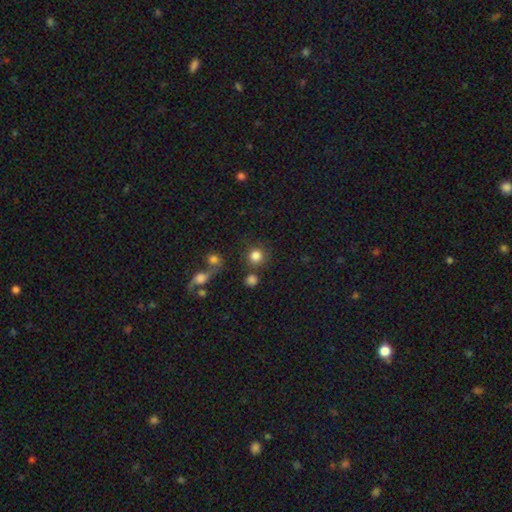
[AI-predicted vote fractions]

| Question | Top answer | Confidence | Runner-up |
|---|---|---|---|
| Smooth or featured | smooth | 83% | star or artifact (11%) |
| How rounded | round | 90% | in between (9%) |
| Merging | none | 73% | merger (12%) |